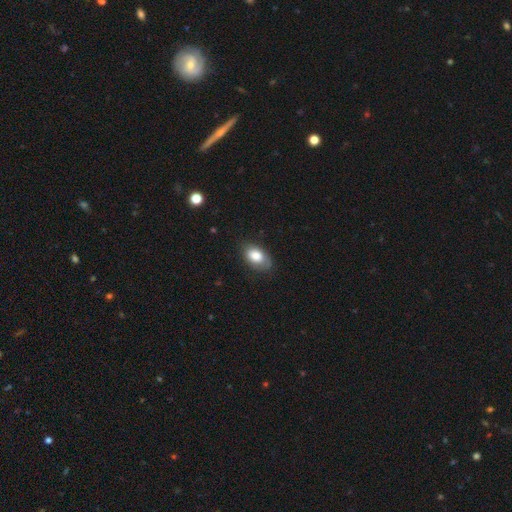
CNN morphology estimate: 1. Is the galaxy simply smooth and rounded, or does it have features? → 79% smooth, 14% featured or disk, 7% star or artifact.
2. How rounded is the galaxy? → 91% in between, 8% round, 2% cigar-shaped.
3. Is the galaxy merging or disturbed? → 71% none, 22% minor disturbance, 6% major disturbance, 1% merger.